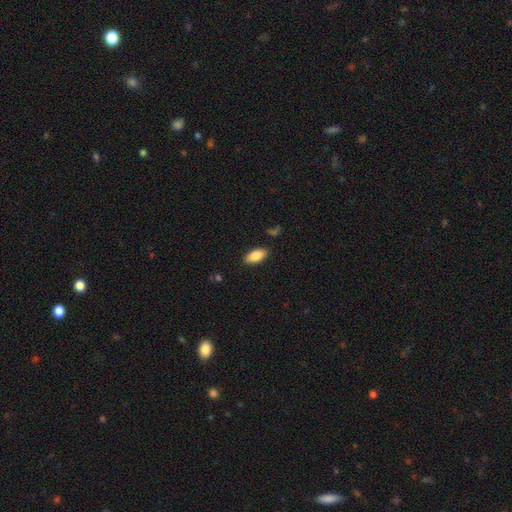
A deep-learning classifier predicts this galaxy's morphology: smooth_or_featured: smooth (p=0.85) [alt: featured or disk p=0.08]
how_rounded: in between (p=0.91) [alt: cigar-shaped p=0.06]
merging: none (p=0.87) [alt: minor disturbance p=0.10]